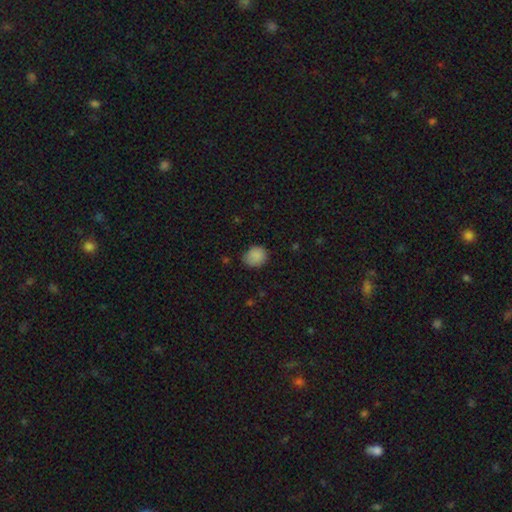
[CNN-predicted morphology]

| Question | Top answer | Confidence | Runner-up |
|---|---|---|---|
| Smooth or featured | smooth | 86% | star or artifact (9%) |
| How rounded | round | 64% | in between (35%) |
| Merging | none | 76% | minor disturbance (19%) |